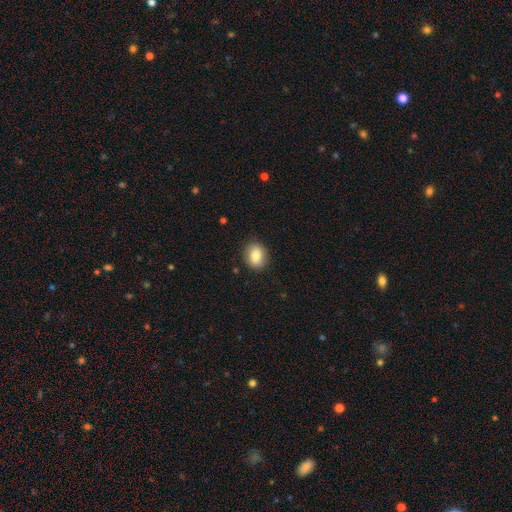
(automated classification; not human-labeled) Q: Smooth or featured?
A: smooth (82%); runner-up: featured or disk (9%)
Q: How rounded?
A: in between (50%); runner-up: round (49%)
Q: Merging?
A: none (86%); runner-up: minor disturbance (10%)